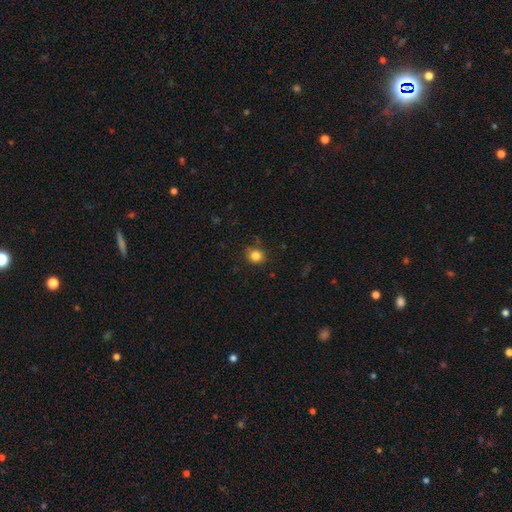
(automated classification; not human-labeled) smooth 84%, star or artifact 12%, featured or disk 5%. Down the decision tree: how rounded — round (83%); merging — none (83%).